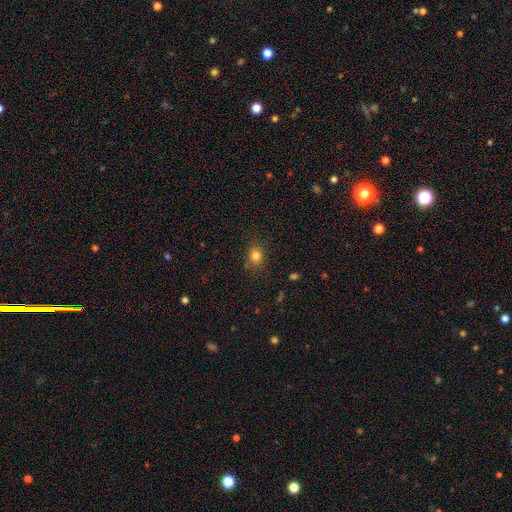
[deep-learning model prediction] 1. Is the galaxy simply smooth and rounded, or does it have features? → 82% smooth, 12% star or artifact, 6% featured or disk.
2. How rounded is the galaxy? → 61% round, 38% in between, 1% cigar-shaped.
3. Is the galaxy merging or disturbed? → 79% none, 14% minor disturbance, 4% major disturbance, 2% merger.